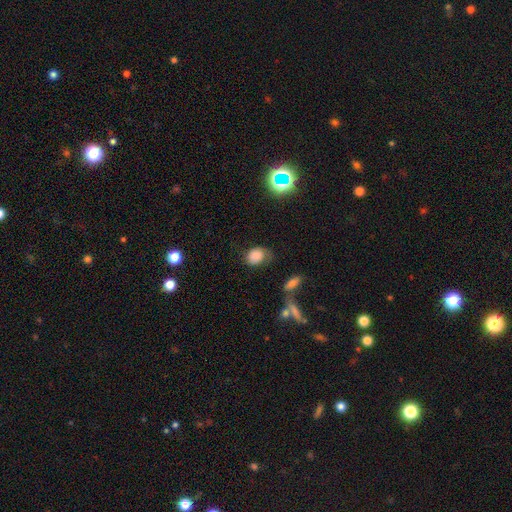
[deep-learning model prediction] Morphology: type=smooth (77%); roundness=in between (63%); merging=none (51%).